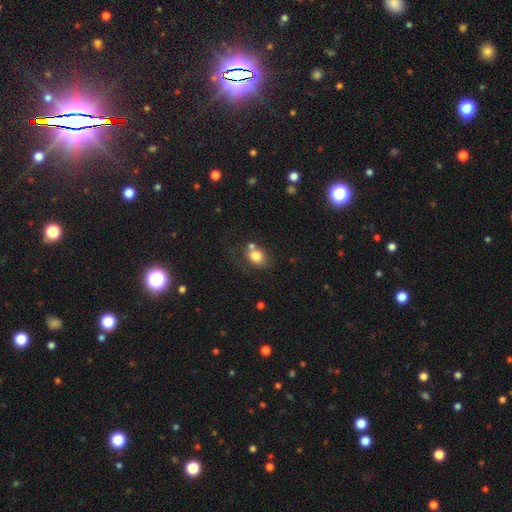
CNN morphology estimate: A smooth galaxy with no disk features (79%) that is round (53%). Merging: none (51%).